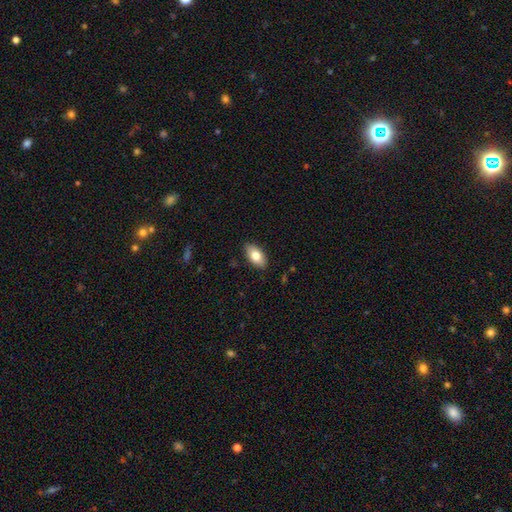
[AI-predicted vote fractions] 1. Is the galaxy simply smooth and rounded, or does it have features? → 79% smooth, 14% featured or disk, 7% star or artifact.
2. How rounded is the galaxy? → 93% in between, 4% round, 3% cigar-shaped.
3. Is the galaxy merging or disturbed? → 87% none, 10% minor disturbance, 2% major disturbance, 1% merger.